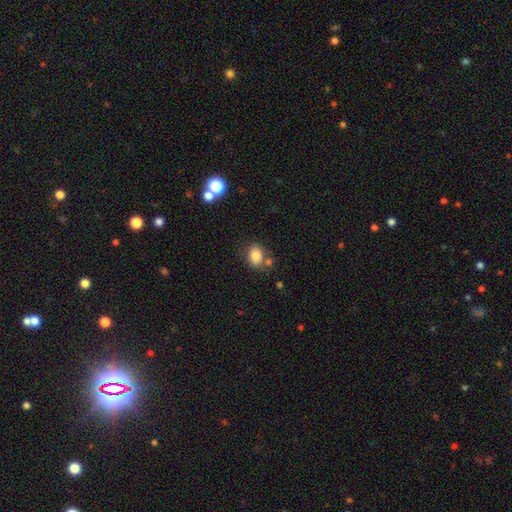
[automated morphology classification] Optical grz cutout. It shows a smooth galaxy with no disk features (83%) that is in between round and cigar-shaped (66%). Merging: none (65%).